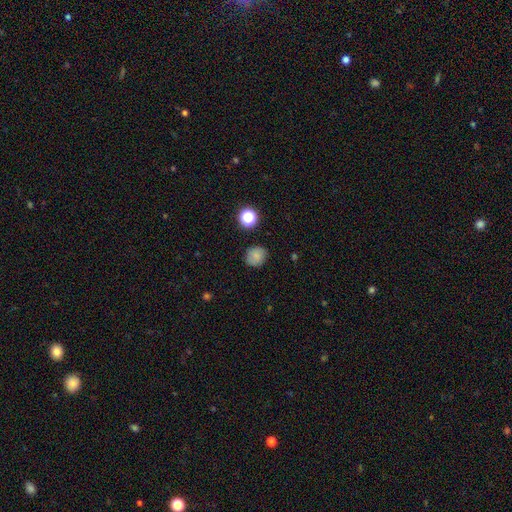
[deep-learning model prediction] smooth_or_featured: smooth (p=0.81) [alt: star or artifact p=0.13]
how_rounded: round (p=0.80) [alt: in between p=0.19]
merging: none (p=0.84) [alt: minor disturbance p=0.11]